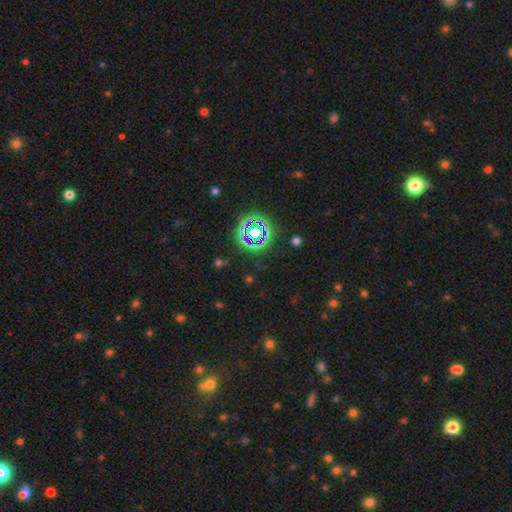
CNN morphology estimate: A star or artifact, not a galaxy (64%).